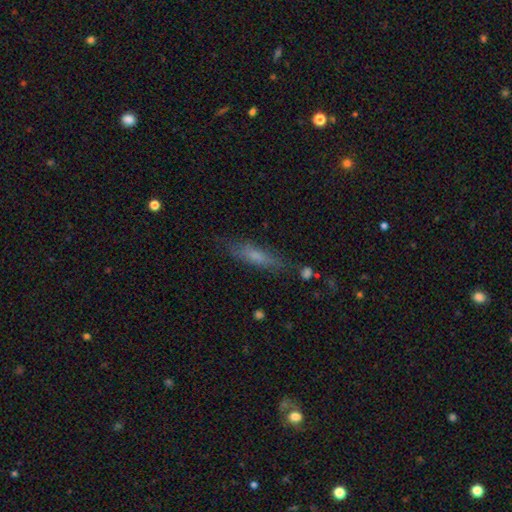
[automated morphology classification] This is likely a smooth galaxy (61%). How rounded: likely cigar-shaped (75%). Merging: likely none (77%).